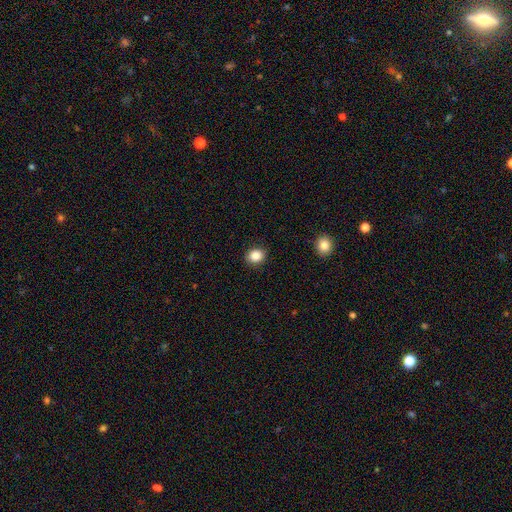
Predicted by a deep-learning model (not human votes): Overall: smooth (86%). How rounded: round (63%; in between 36%). Merging: none (90%).